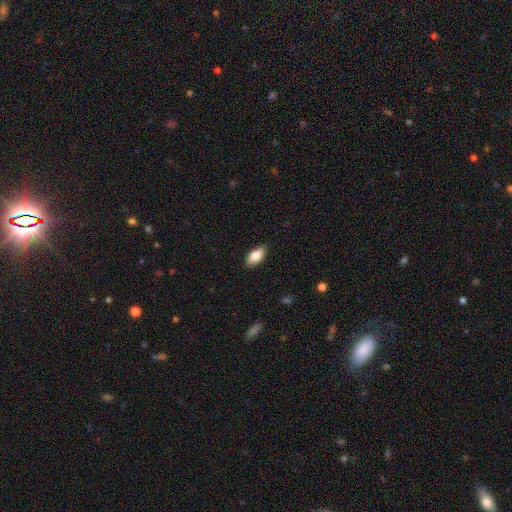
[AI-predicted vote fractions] Overall: smooth (84%). How rounded: in between (92%). Merging: none (89%).